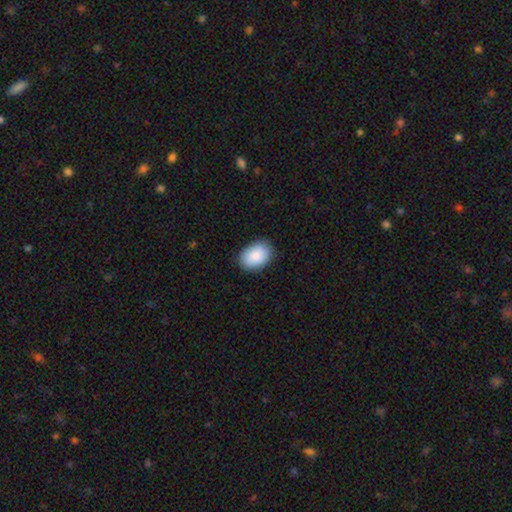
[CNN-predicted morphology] Smooth or featured? smooth (89%)
How rounded? in between (83%)
Merging? none (86%)